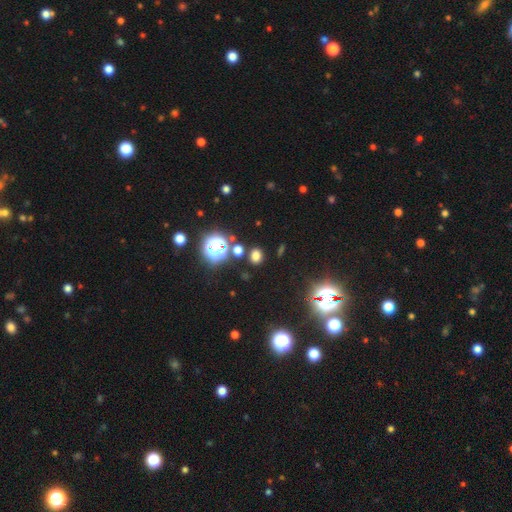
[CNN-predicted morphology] This is likely a smooth galaxy (65%). How rounded: likely round (61%). Merging: clearly none (85%).